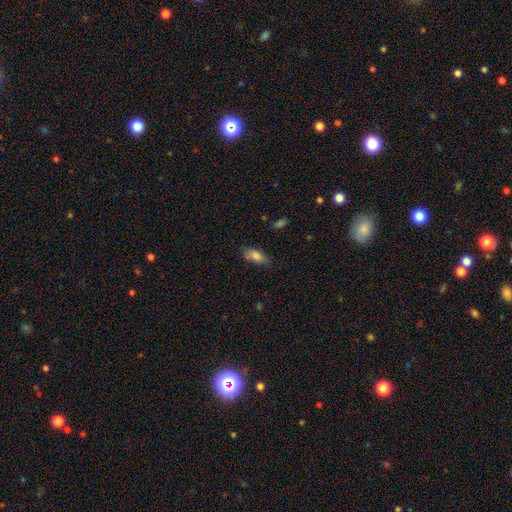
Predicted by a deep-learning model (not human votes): smooth-or-featured: smooth: 79% | featured or disk: 13% | star or artifact: 8%
  how-rounded: in between: 79% | cigar-shaped: 19% | round: 3%
  merging: none: 71% | minor disturbance: 20% | major disturbance: 5% | merger: 4%